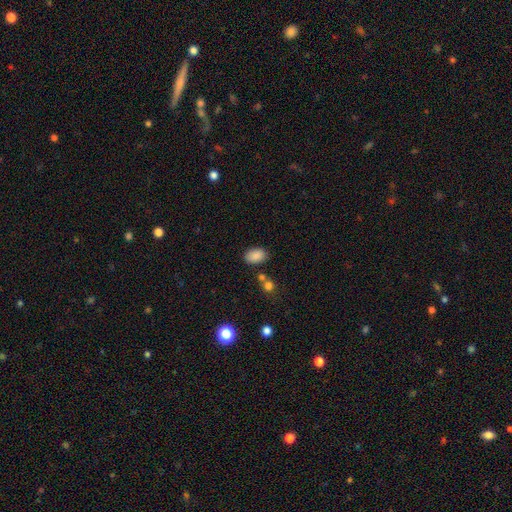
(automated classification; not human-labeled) The model was most divided on "merging": none: 77%, minor disturbance: 13%, merger: 6%, major disturbance: 3%. More confident: how rounded — in between (89%); smooth or featured — smooth (87%).